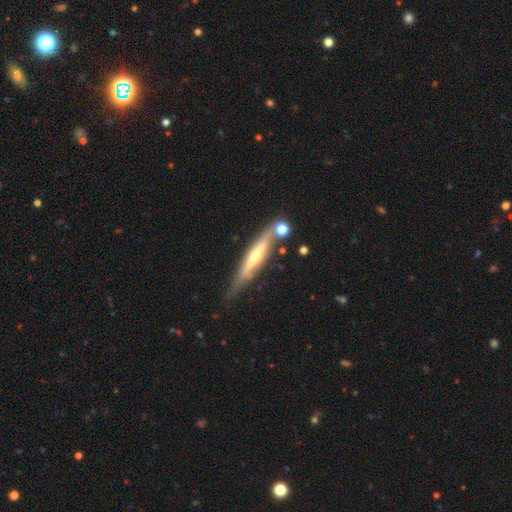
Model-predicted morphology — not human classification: smooth-or-featured: featured or disk: 65% | smooth: 29% | star or artifact: 6%
  disk-edge-on: yes: 89% | no: 11%
    edge-on-bulge: rounded: 71% | none: 21% | boxy: 8%
  merging: none: 68% | minor disturbance: 18% | merger: 10% | major disturbance: 5%